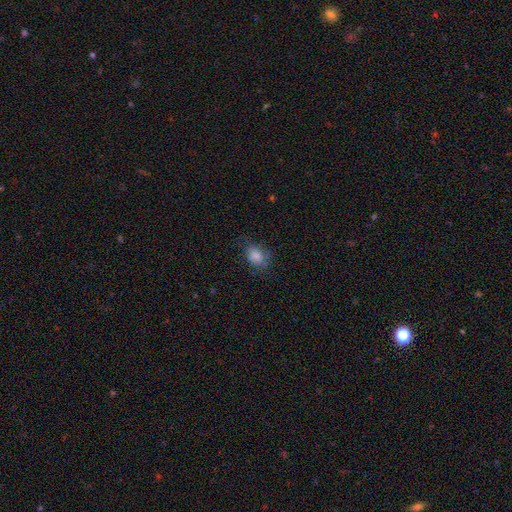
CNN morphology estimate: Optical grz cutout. It shows a smooth galaxy with no disk features (76%) that is in between round and cigar-shaped (56%). Merging: none (68%).